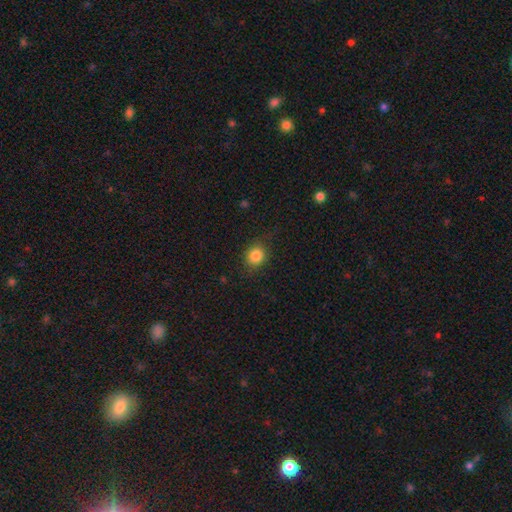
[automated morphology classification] A smooth galaxy with no disk features (84%) that is round (78%).

Vote fractions:
- Smooth or featured? smooth: 84% / star or artifact: 11% / featured or disk: 6%
- How rounded? round: 78% / in between: 21% / cigar-shaped: 1%
- Merging? none: 83% / minor disturbance: 12% / major disturbance: 4% / merger: 1%